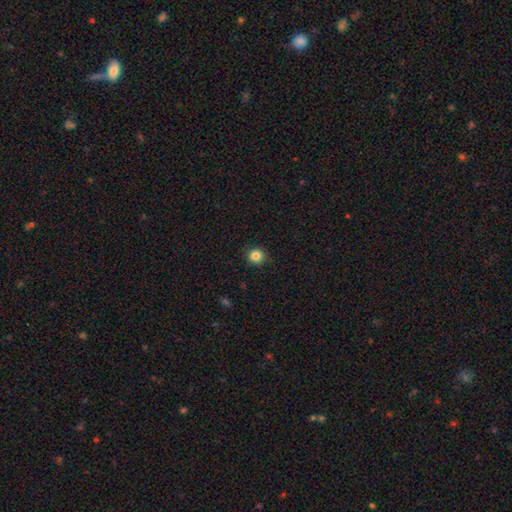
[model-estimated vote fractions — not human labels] Q: Smooth or featured?
A: smooth (84%); runner-up: star or artifact (11%)
Q: How rounded?
A: round (91%); runner-up: in between (8%)
Q: Merging?
A: none (91%); runner-up: minor disturbance (7%)